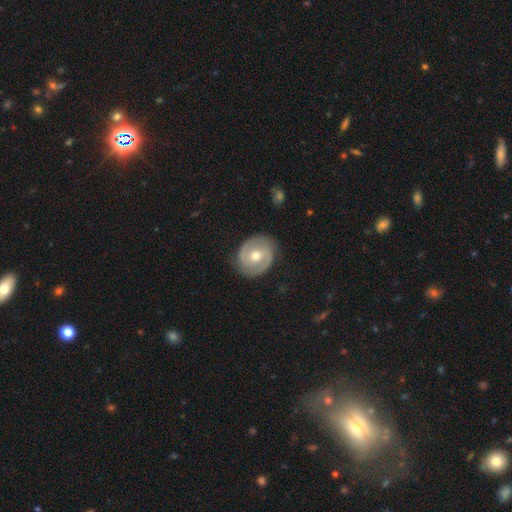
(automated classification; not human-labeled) Overall: featured or disk (77%). Edge-on disk: no (97%). Bar: no (50%; weak 37%). Spiral arms: yes (87%). Spiral arm count: 2 (89%). Spiral winding: tight (46%; medium 41%). Bulge size: moderate (74%). Merging: none (85%).